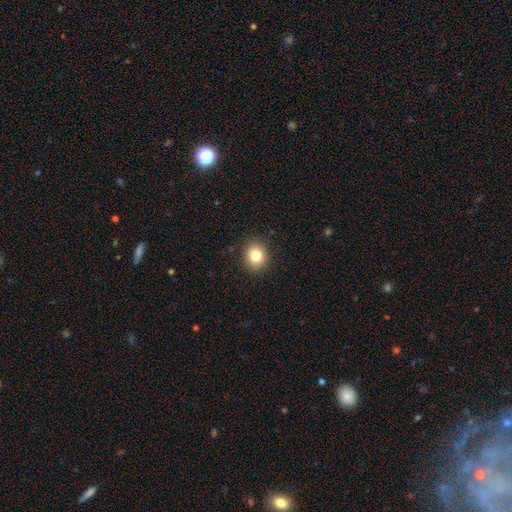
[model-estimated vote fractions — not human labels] This appears to be a smooth galaxy with no disk features (82%) that is round (77%). Merging: none (90%).